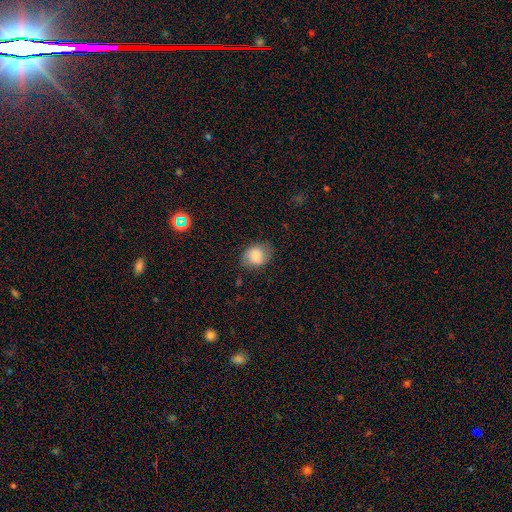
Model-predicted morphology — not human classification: smooth 78%, featured or disk 14%, star or artifact 8%. Down the decision tree: how rounded — in between (56%); merging — none (75%).